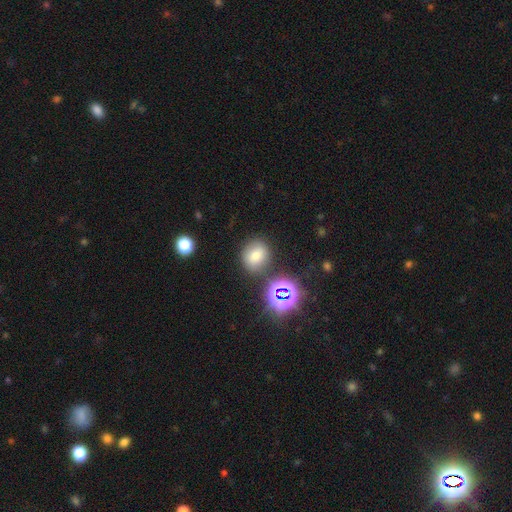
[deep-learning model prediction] Q: Smooth or featured?
A: smooth (67%); runner-up: star or artifact (23%)
Q: How rounded?
A: round (73%); runner-up: in between (26%)
Q: Merging?
A: none (79%); runner-up: minor disturbance (11%)